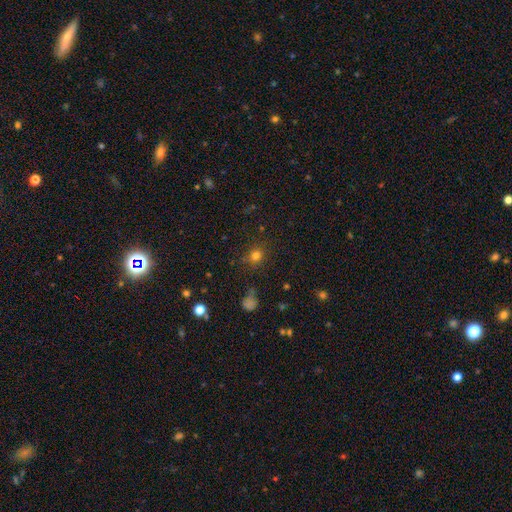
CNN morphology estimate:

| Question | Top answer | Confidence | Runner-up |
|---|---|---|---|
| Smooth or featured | smooth | 74% | star or artifact (19%) |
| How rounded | round | 85% | in between (14%) |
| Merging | none | 81% | minor disturbance (12%) |